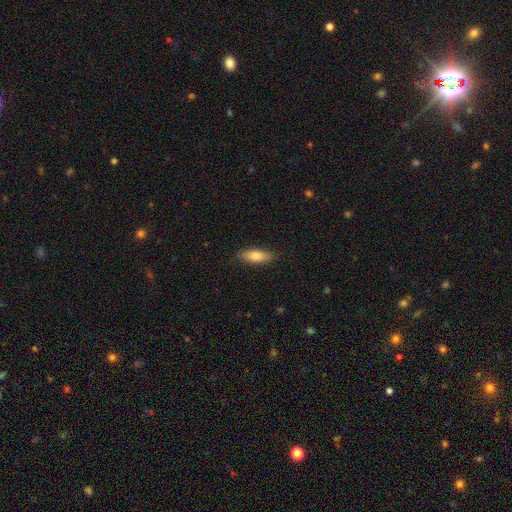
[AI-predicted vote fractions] A smooth galaxy with no disk features (78%) that is in between round and cigar-shaped (58%). Merging: none (87%).